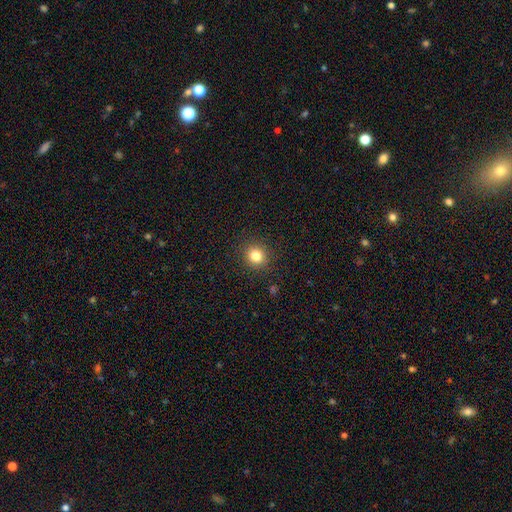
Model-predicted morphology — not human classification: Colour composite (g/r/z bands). It shows a smooth galaxy with no disk features (81%) that is round (86%). Merging: none (90%).